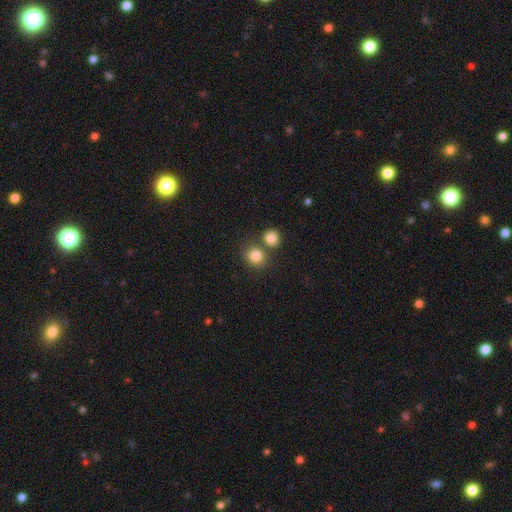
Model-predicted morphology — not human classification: Q: Smooth or featured?
A: smooth (83%); runner-up: star or artifact (11%)
Q: How rounded?
A: round (80%); runner-up: in between (19%)
Q: Merging?
A: none (64%); runner-up: merger (24%)